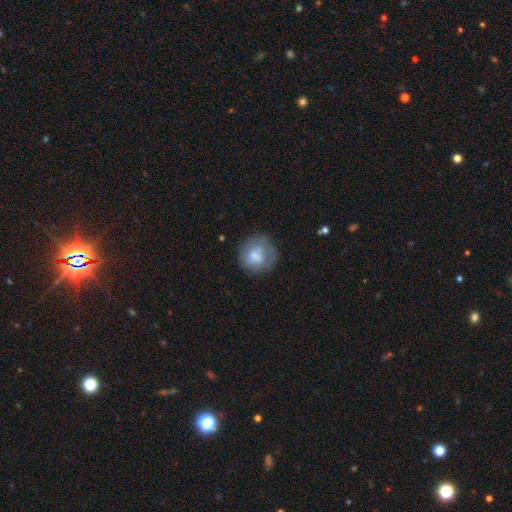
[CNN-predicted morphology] Smooth or featured? smooth (65%)
How rounded? round (84%)
Merging? none (60%)